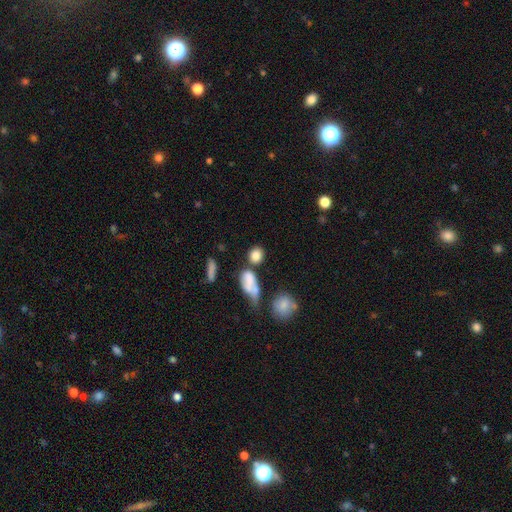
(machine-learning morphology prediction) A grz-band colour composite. It shows a smooth galaxy with no disk features (81%) that is round (65%). Merging: none (57%).